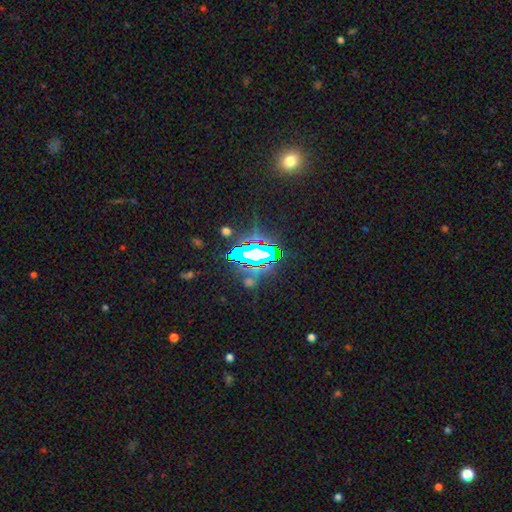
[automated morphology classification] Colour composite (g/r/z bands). It shows a star or artifact, not a galaxy (71%).